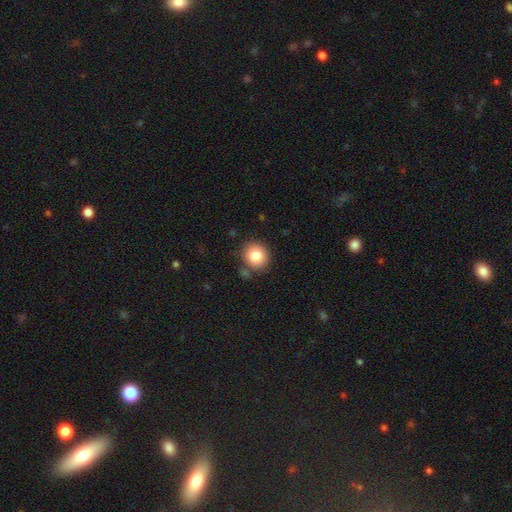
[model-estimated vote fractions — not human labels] Overall: smooth (82%). How rounded: round (87%). Merging: none (83%).